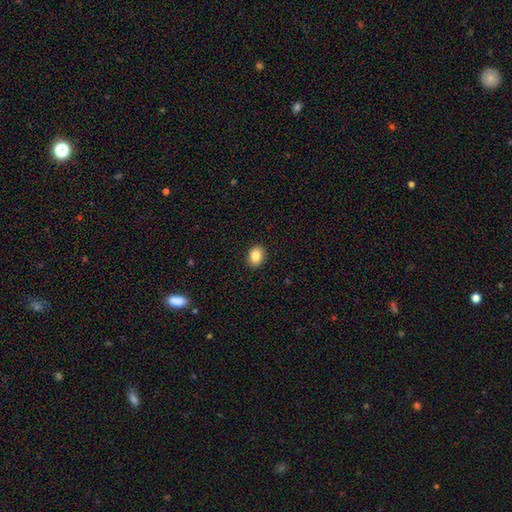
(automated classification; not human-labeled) Smooth or featured? Predicted: smooth (p=0.86). How rounded? Predicted: in between (p=0.55). Merging? Predicted: none (p=0.91).